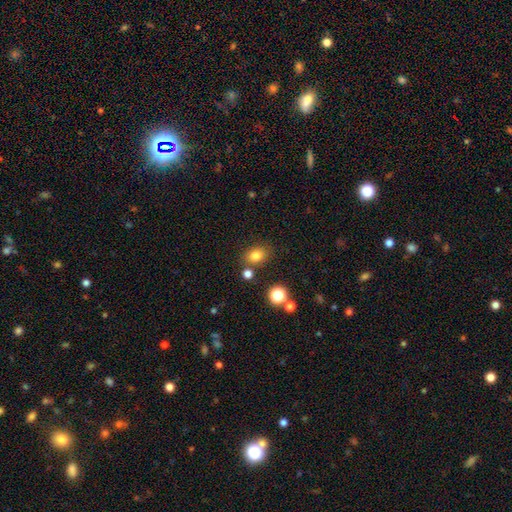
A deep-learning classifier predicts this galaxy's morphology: Q: Smooth or featured?
A: smooth (80%); runner-up: star or artifact (13%)
Q: How rounded?
A: in between (57%); runner-up: round (42%)
Q: Merging?
A: none (75%); runner-up: minor disturbance (12%)